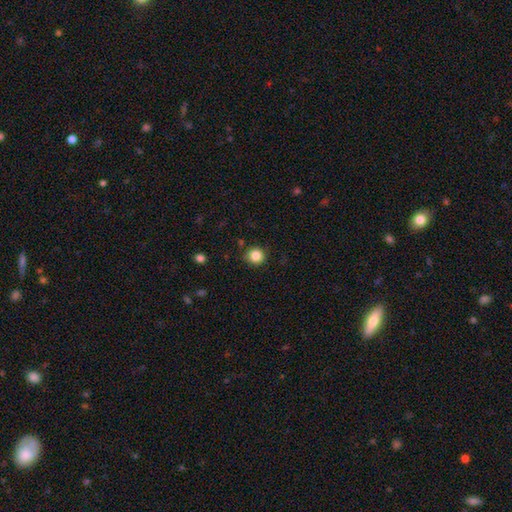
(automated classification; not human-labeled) smooth 85%, star or artifact 11%, featured or disk 4%. Down the decision tree: how rounded — round (93%); merging — none (87%).